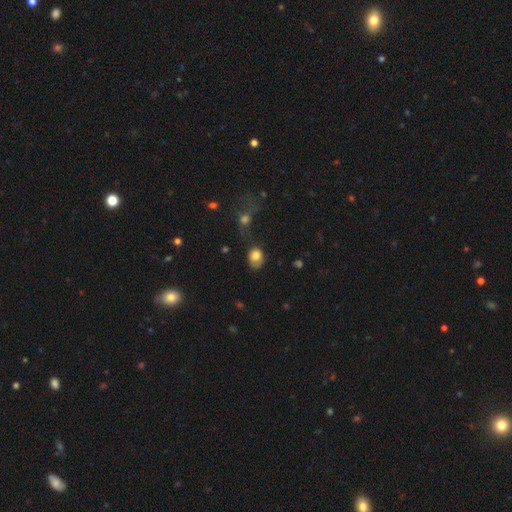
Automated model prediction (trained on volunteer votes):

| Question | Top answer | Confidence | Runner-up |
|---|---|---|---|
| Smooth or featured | smooth | 77% | featured or disk (14%) |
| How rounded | in between | 60% | round (39%) |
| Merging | none | 43% | minor disturbance (29%) |